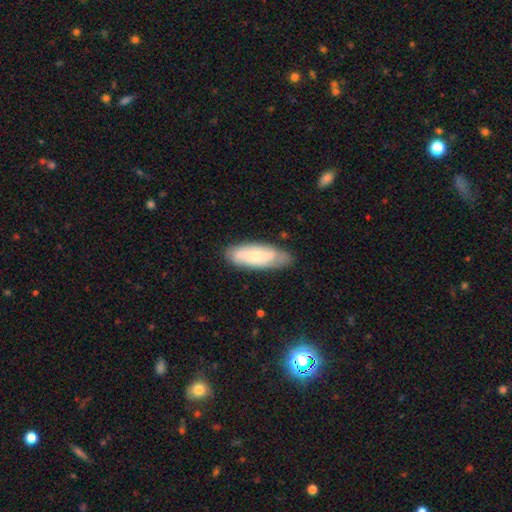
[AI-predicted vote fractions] Smooth or featured?
  - smooth: 56% *
  - featured or disk: 38%
  - star or artifact: 6%
How rounded?
  - in between: 69% *
  - cigar-shaped: 29%
  - round: 2%
Merging?
  - none: 76% *
  - minor disturbance: 19%
  - major disturbance: 4%
  - merger: 2%